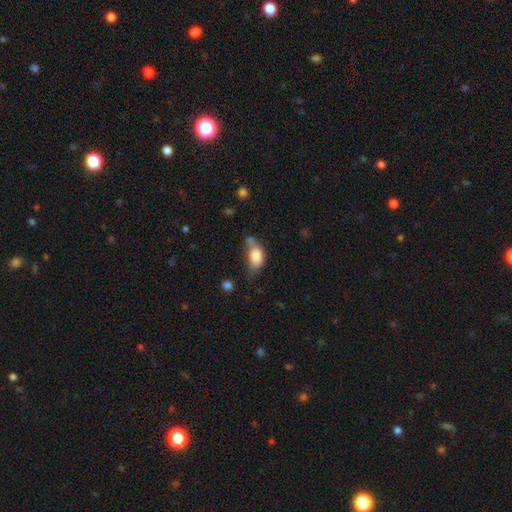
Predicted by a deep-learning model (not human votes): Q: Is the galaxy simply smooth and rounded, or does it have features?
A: smooth — 76%.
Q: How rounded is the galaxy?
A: in between — 83%.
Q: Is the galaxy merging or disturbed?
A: minor disturbance — 34%.